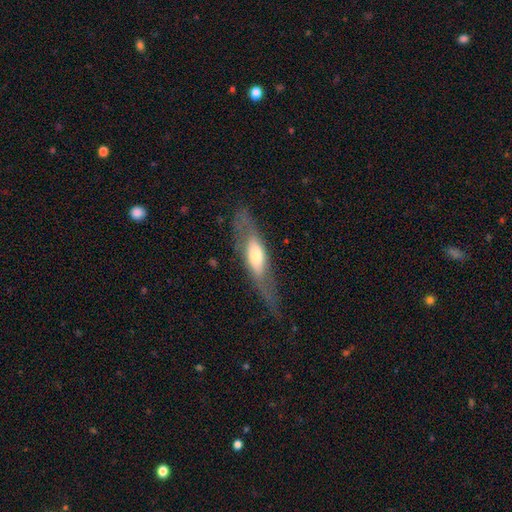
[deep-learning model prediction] A featured or disk galaxy (53%) viewed edge-on (57%).

Vote fractions:
- Smooth or featured? featured or disk: 53% / smooth: 40% / star or artifact: 6%
- Edge-on disk? yes: 57% / no: 43%
- Merging? none: 62% / minor disturbance: 20% / major disturbance: 17% / merger: 2%